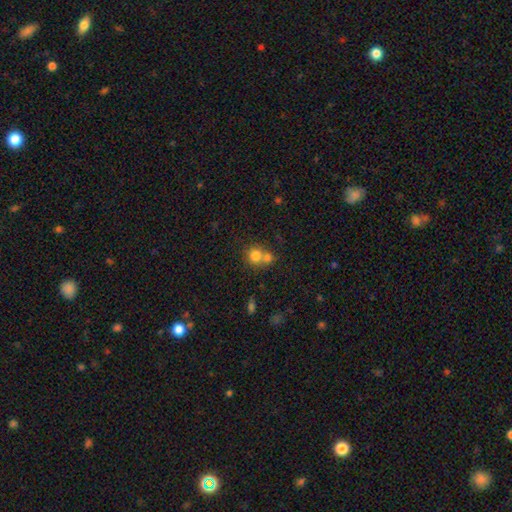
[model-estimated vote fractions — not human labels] Smooth or featured?
  - smooth: 77% *
  - star or artifact: 11%
  - featured or disk: 11%
How rounded?
  - round: 84% *
  - in between: 15%
  - cigar-shaped: 1%
Merging?
  - merger: 51% *
  - none: 39%
  - minor disturbance: 6%
  - major disturbance: 3%